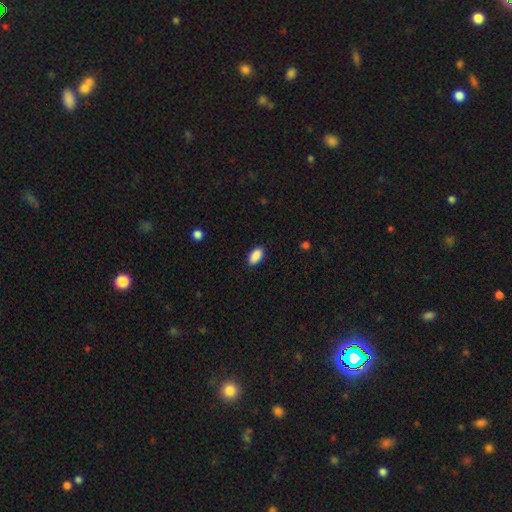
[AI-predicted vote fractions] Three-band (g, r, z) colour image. It shows a smooth galaxy with no disk features (90%) that is in between round and cigar-shaped (93%). Merging: none (88%).